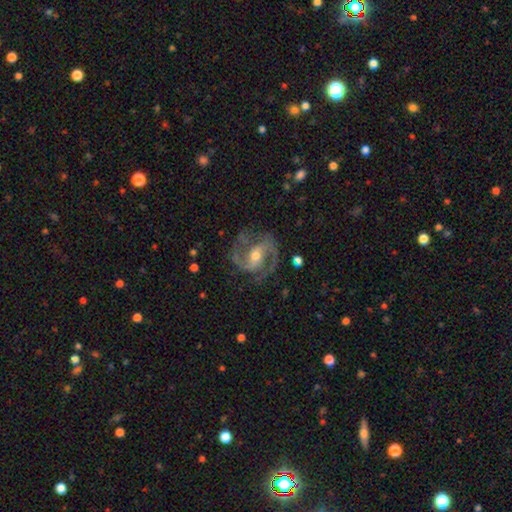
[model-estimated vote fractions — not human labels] smooth-or-featured: featured or disk: 91% | star or artifact: 5% | smooth: 4%
  disk-edge-on: no: 98% | yes: 2%
    bar: weak: 44% | strong: 29% | no: 28%
    has-spiral-arms: yes: 98% | no: 2%
      spiral-winding: medium: 62% | tight: 20% | loose: 18%
      spiral-arm-count: 2: 84% | 3: 8% | can't tell: 3% | 1: 2% | 4: 2% | more than 4: 2%
    bulge-size: moderate: 62% | small: 33% | large: 3% | none: 1% | dominant: 1%
  merging: none: 75% | minor disturbance: 16% | major disturbance: 8% | merger: 2%